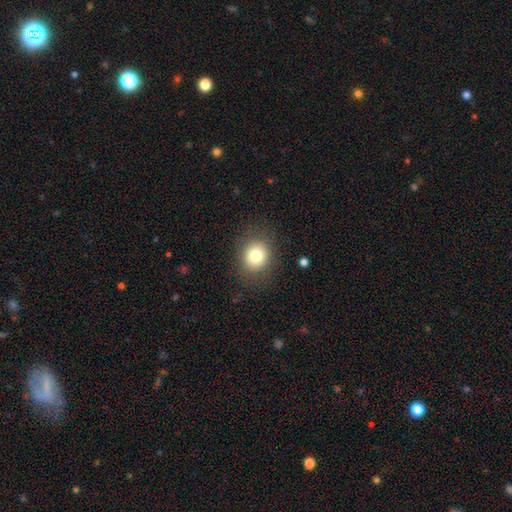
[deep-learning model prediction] A smooth galaxy with no disk features (77%) that is round (72%). Merging: none (85%).